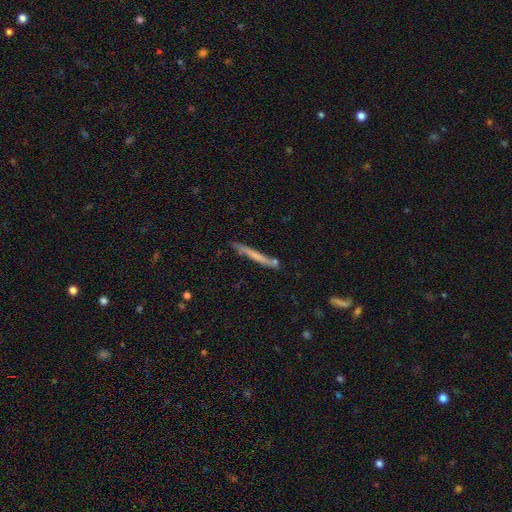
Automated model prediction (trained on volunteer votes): smooth_or_featured: smooth (p=0.55) [alt: featured or disk p=0.38]
how_rounded: cigar-shaped (p=0.96) [alt: in between p=0.02]
merging: none (p=0.75) [alt: minor disturbance p=0.15]